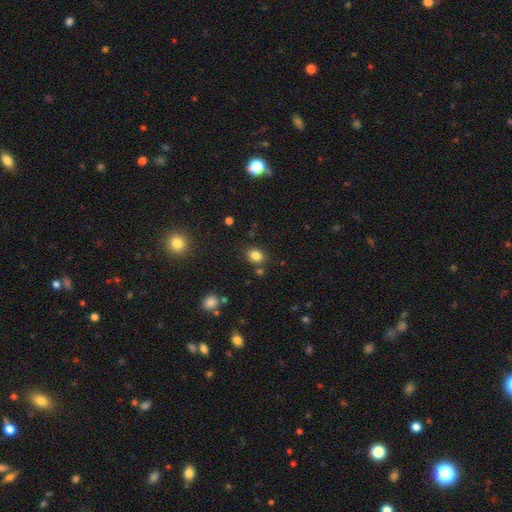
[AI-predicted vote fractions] Smooth or featured?
  - smooth: 82% *
  - star or artifact: 12%
  - featured or disk: 6%
How rounded?
  - in between: 54% *
  - round: 45%
  - cigar-shaped: 1%
Merging?
  - none: 80% *
  - minor disturbance: 11%
  - merger: 6%
  - major disturbance: 3%